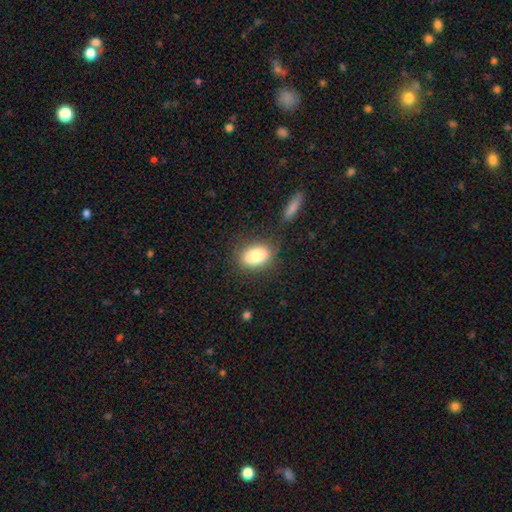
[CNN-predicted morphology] A smooth galaxy with no disk features (82%) that is in between round and cigar-shaped (84%). Merging: none (76%).